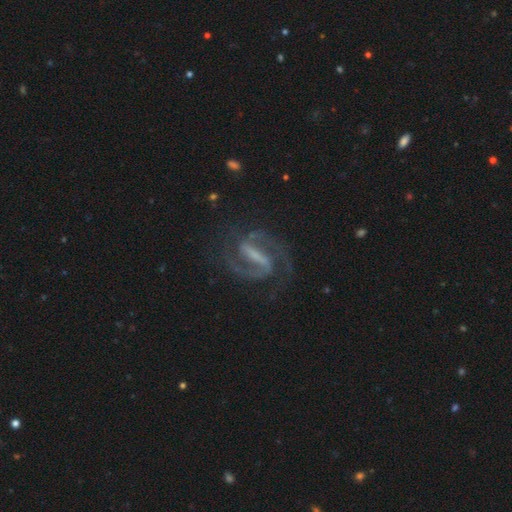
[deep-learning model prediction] Q: Smooth or featured?
A: featured or disk (92%); runner-up: star or artifact (5%)
Q: Edge-on disk?
A: no (97%); runner-up: yes (3%)
Q: Bar?
A: strong (71%); runner-up: weak (23%)
Q: Spiral arms?
A: yes (98%); runner-up: no (2%)
Q: Spiral winding?
A: medium (61%); runner-up: tight (24%)
Q: Spiral arm count?
A: 2 (94%); runner-up: can't tell (2%)
Q: Bulge size?
A: none (41%); runner-up: small (38%)
Q: Merging?
A: none (80%); runner-up: minor disturbance (12%)